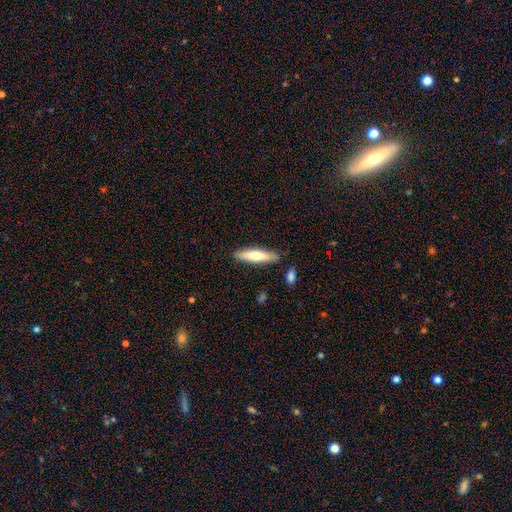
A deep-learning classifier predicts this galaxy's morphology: smooth-or-featured: smooth: 60% | featured or disk: 34% | star or artifact: 5%
  how-rounded: cigar-shaped: 76% | in between: 22% | round: 1%
  merging: none: 85% | minor disturbance: 10% | merger: 3% | major disturbance: 2%